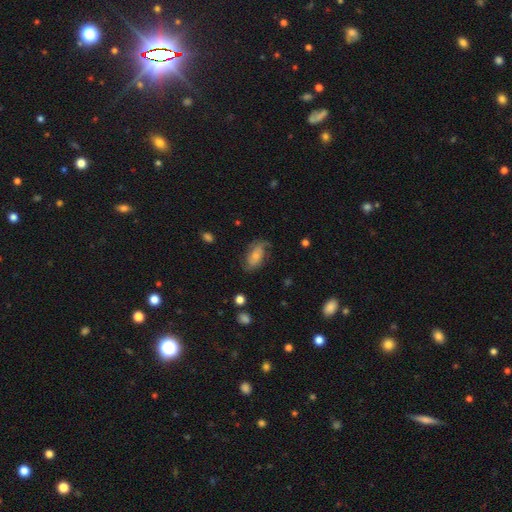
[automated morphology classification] smooth-or-featured: featured or disk: 52% | smooth: 40% | star or artifact: 8%
  disk-edge-on: no: 93% | yes: 7%
  merging: none: 61% | minor disturbance: 24% | major disturbance: 13% | merger: 2%